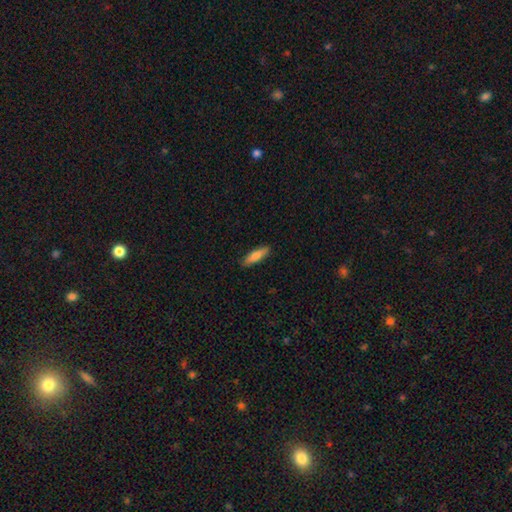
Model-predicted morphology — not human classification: A smooth galaxy with no disk features (77%) that is cigar-shaped (67%).

Vote fractions:
- Smooth or featured? smooth: 77% / featured or disk: 17% / star or artifact: 6%
- How rounded? cigar-shaped: 67% / in between: 31% / round: 2%
- Merging? none: 88% / minor disturbance: 9% / major disturbance: 2% / merger: 1%